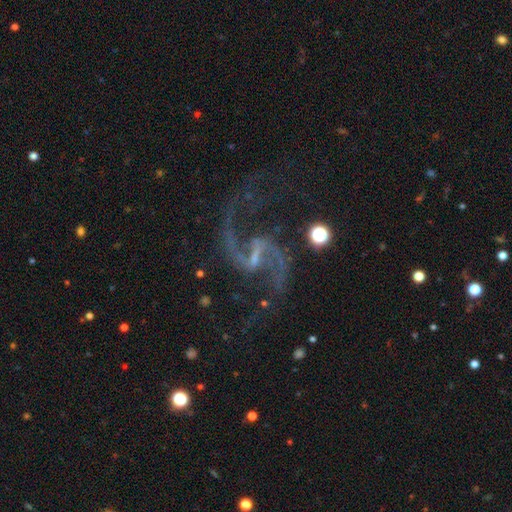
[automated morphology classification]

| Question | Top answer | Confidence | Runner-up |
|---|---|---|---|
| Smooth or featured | featured or disk | 91% | star or artifact (6%) |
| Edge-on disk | no | 98% | yes (2%) |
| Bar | weak | 50% | strong (34%) |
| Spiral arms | yes | 98% | no (2%) |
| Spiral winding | loose | 71% | medium (25%) |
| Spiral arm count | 2 | 94% | 1 (1%) |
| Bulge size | small | 48% | none (36%) |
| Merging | none | 68% | minor disturbance (15%) |